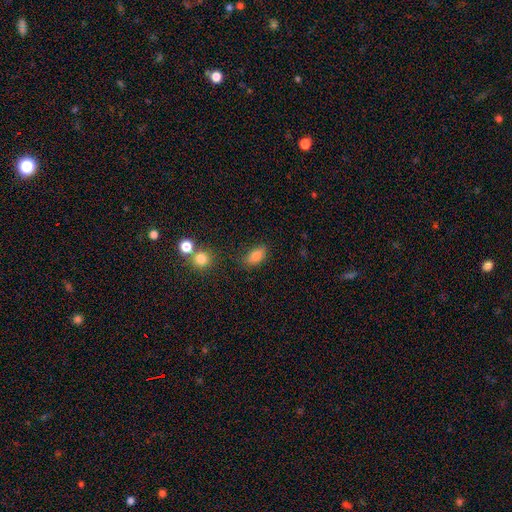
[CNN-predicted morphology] The model was most divided on "merging": none: 71%, minor disturbance: 19%, major disturbance: 5%, merger: 5%. More confident: how rounded — in between (87%); smooth or featured — smooth (83%).